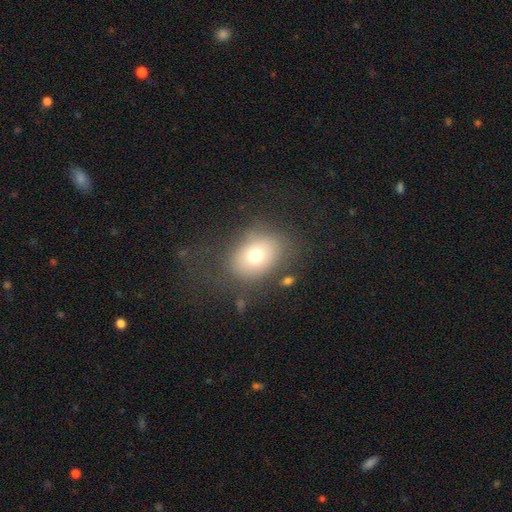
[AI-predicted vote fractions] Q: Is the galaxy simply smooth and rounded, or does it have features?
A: smooth — 70%.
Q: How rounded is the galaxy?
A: in between — 61%.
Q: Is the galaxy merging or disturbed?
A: none — 69%.